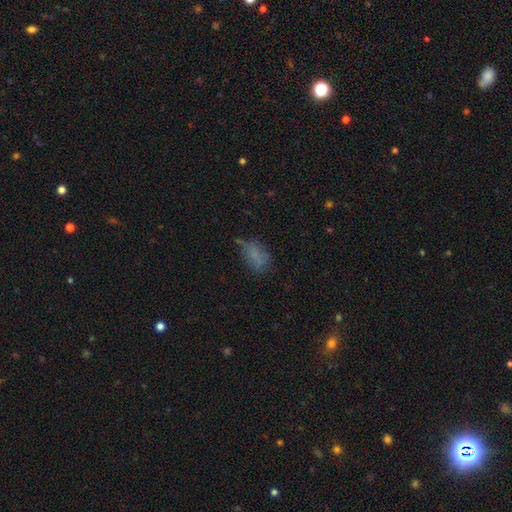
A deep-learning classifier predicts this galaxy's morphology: Q: Smooth or featured?
A: smooth (65%); runner-up: featured or disk (19%)
Q: How rounded?
A: in between (86%); runner-up: round (8%)
Q: Merging?
A: none (47%); runner-up: minor disturbance (28%)